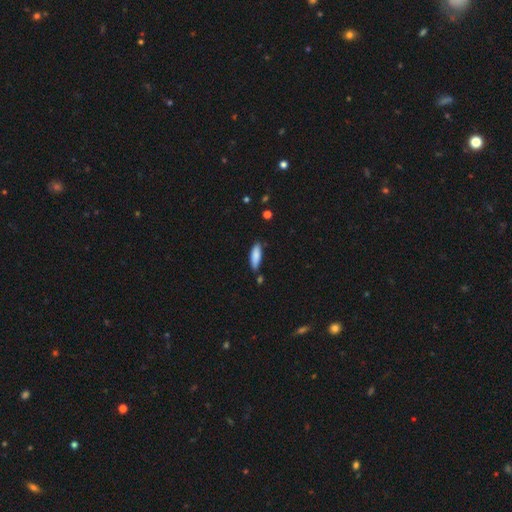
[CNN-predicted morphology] smooth_or_featured: smooth (p=0.86) [alt: featured or disk p=0.08]
how_rounded: in between (p=0.51) [alt: cigar-shaped p=0.47]
merging: none (p=0.79) [alt: minor disturbance p=0.15]